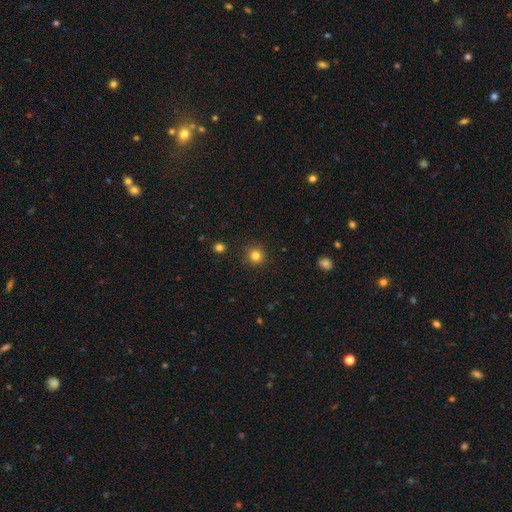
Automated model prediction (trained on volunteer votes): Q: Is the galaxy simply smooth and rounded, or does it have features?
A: smooth — 82%.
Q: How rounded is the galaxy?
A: round — 94%.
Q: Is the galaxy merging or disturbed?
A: none — 89%.